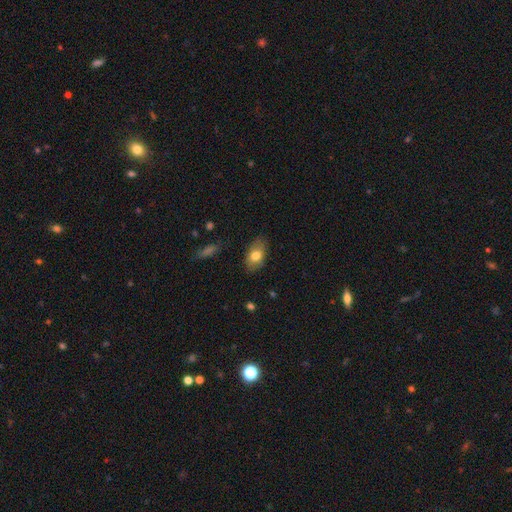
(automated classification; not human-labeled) Q: Smooth or featured?
A: smooth (76%); runner-up: featured or disk (17%)
Q: How rounded?
A: in between (90%); runner-up: round (8%)
Q: Merging?
A: none (83%); runner-up: minor disturbance (13%)